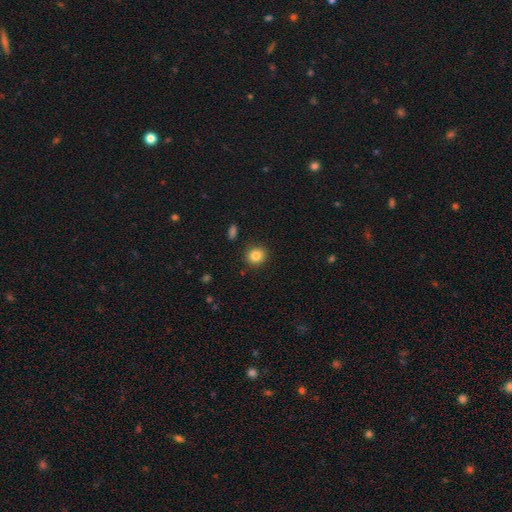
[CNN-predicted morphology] A smooth galaxy with no disk features (85%) that is round (79%). Merging: none (88%).